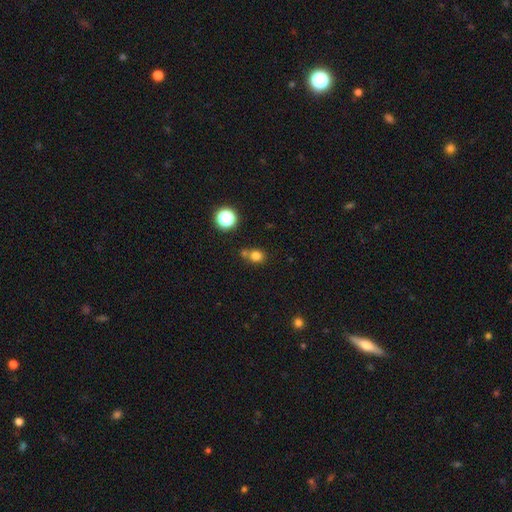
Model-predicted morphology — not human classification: Smooth or featured? Predicted: smooth (p=0.76). How rounded? Predicted: round (p=0.74). Merging? Predicted: none (p=0.58).